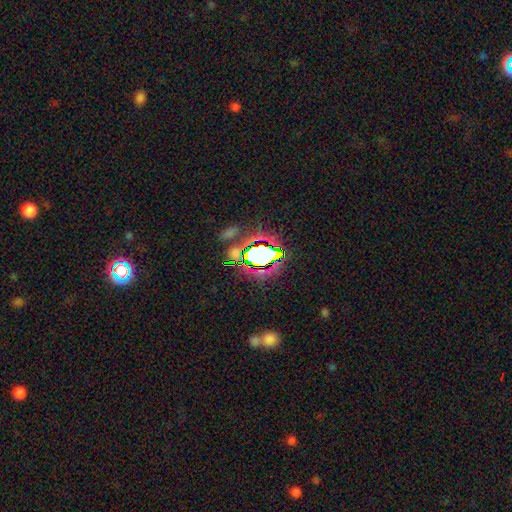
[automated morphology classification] Q: Smooth or featured?
A: star or artifact (61%); runner-up: smooth (26%)